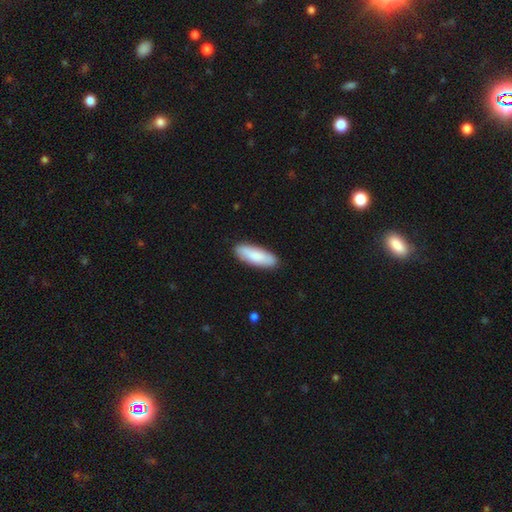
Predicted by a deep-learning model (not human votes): A smooth galaxy with no disk features (84%) that is in between round and cigar-shaped (60%). Merging: none (88%).